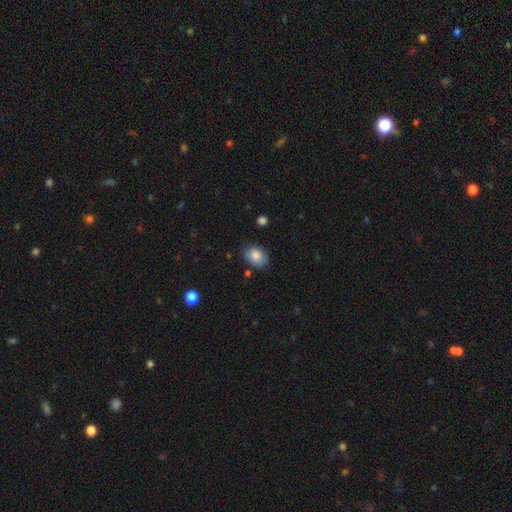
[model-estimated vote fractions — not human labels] This appears to be a smooth galaxy with no disk features (86%) that is in between round and cigar-shaped (76%). Merging: none (78%).